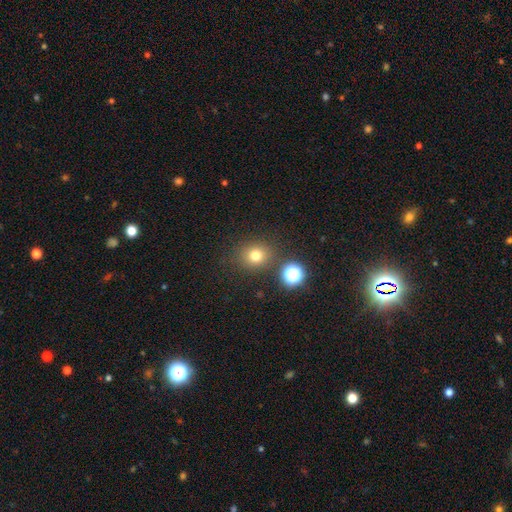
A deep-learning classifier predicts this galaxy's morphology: smooth 74%, star or artifact 19%, featured or disk 8%. Down the decision tree: how rounded — round (79%); merging — none (82%).